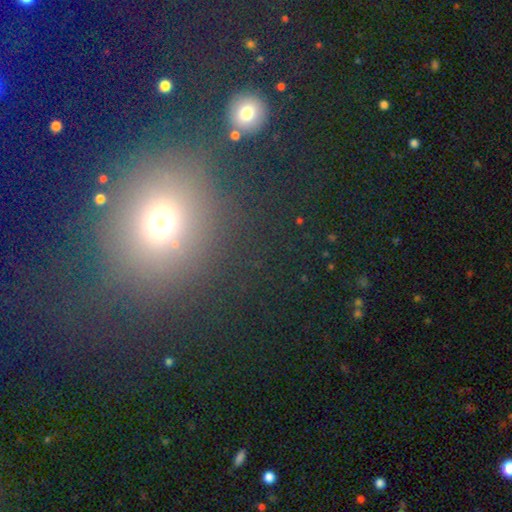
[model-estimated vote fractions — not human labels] Morphology: type=smooth (54%); roundness=round (81%); merging=none (80%).